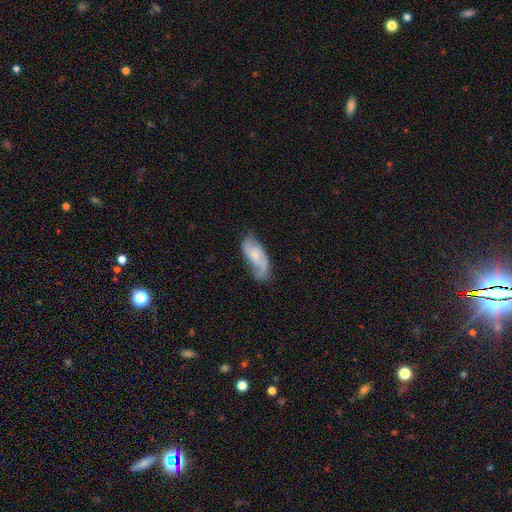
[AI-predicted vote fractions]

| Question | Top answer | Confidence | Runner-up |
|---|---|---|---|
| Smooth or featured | featured or disk | 65% | smooth (29%) |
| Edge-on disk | no | 94% | yes (6%) |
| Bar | no | 58% | weak (35%) |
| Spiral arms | yes | 91% | no (9%) |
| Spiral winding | medium | 42% | loose (38%) |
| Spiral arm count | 2 | 77% | 1 (10%) |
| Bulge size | small | 50% | moderate (32%) |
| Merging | none | 57% | minor disturbance (28%) |